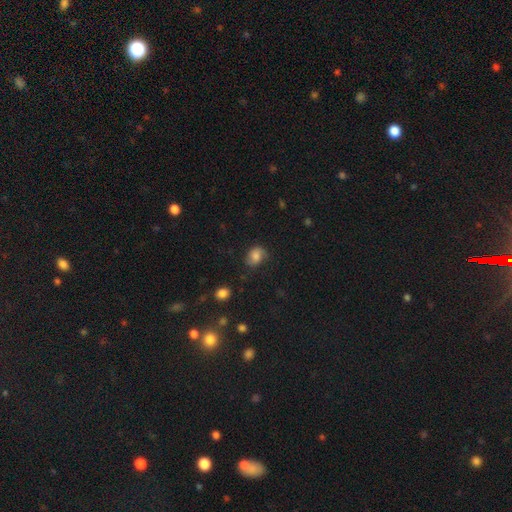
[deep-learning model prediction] This appears to be a smooth galaxy with no disk features (69%) that is in between round and cigar-shaped (59%). Merging: none (64%).